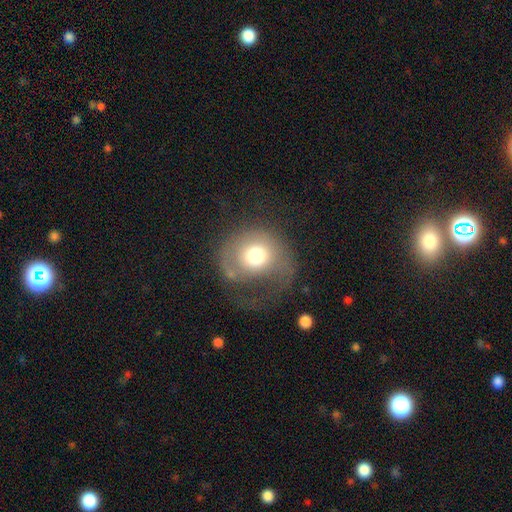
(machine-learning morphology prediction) Overall: smooth (62%; featured or disk 28%). How rounded: round (77%). Merging: major disturbance (41%; none 36%).